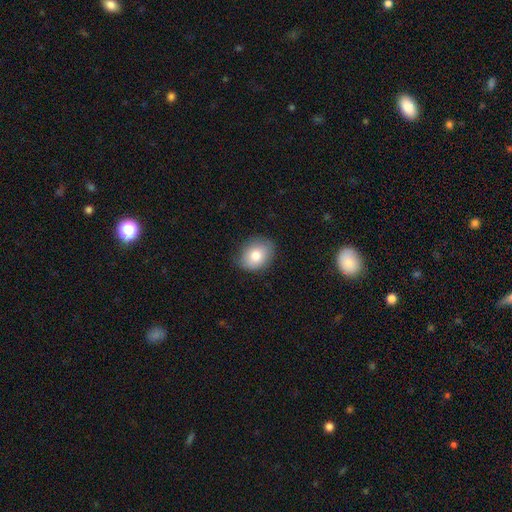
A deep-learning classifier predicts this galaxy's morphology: type=smooth (83%); roundness=in between (59%); merging=none (78%).